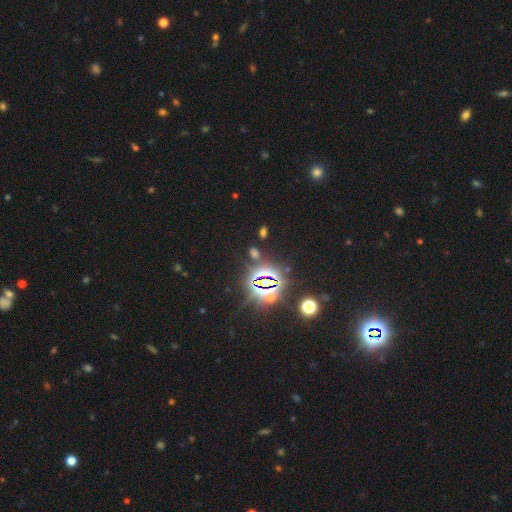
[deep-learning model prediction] Smooth or featured? Predicted: star or artifact (p=0.81).